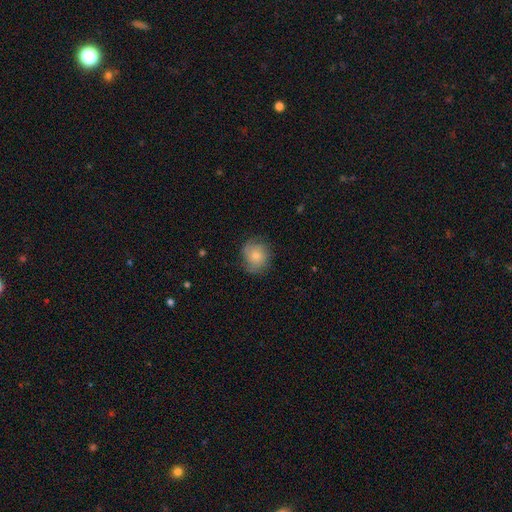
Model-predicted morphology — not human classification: smooth-or-featured: smooth: 71% | featured or disk: 21% | star or artifact: 8%
  how-rounded: round: 82% | in between: 17% | cigar-shaped: 1%
  merging: none: 70% | minor disturbance: 22% | major disturbance: 7% | merger: 1%